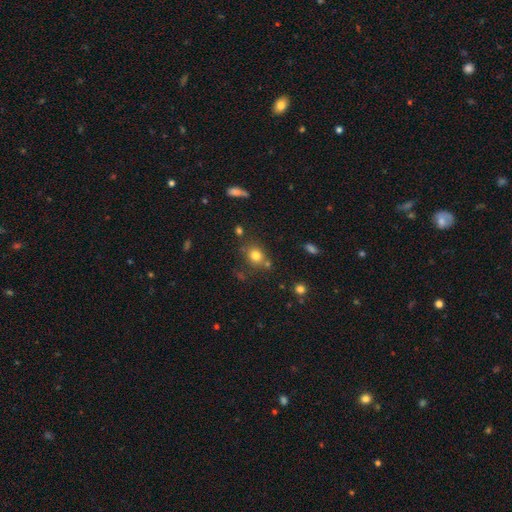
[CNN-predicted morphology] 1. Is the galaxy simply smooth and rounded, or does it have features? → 78% smooth, 13% star or artifact, 9% featured or disk.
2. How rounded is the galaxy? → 68% round, 31% in between, 1% cigar-shaped.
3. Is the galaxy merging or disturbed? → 69% none, 14% minor disturbance, 12% merger, 5% major disturbance.